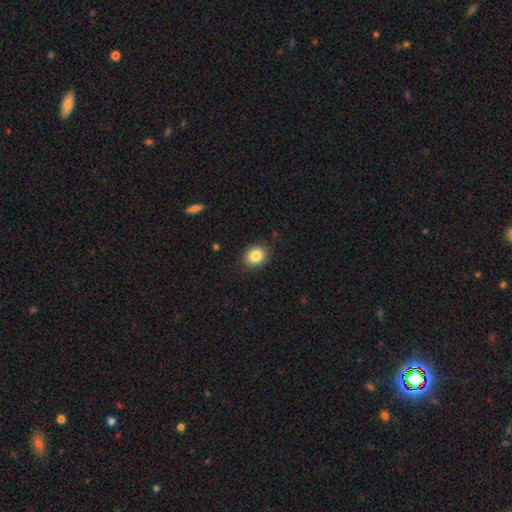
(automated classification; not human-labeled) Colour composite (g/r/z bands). It shows a smooth galaxy with no disk features (85%) that is round (58%). Merging: none (86%).